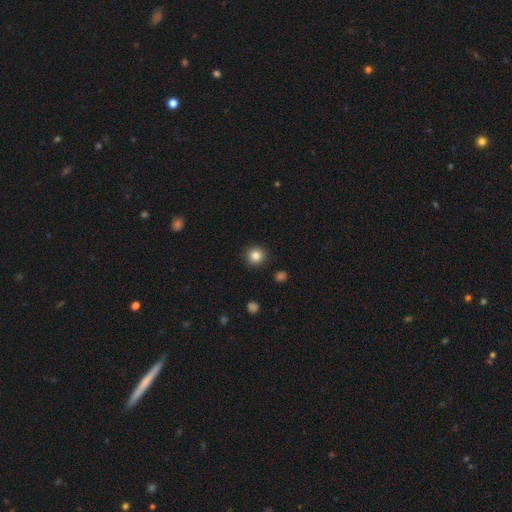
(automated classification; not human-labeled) The model was most divided on "smooth or featured": smooth: 84%, star or artifact: 11%, featured or disk: 5%. More confident: how rounded — round (92%); merging — none (91%).